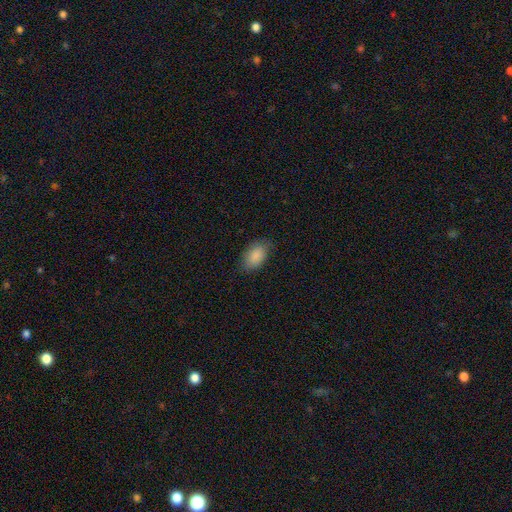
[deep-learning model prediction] smooth-or-featured: smooth: 88% | star or artifact: 7% | featured or disk: 5%
  how-rounded: in between: 91% | round: 8% | cigar-shaped: 1%
  merging: none: 78% | minor disturbance: 17% | major disturbance: 4% | merger: 1%